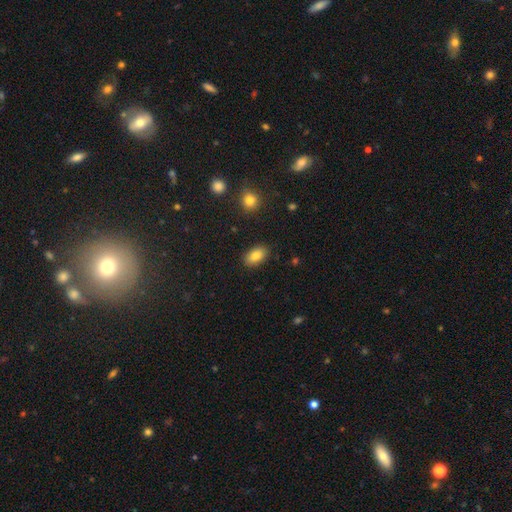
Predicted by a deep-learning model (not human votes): This appears to be a smooth galaxy with no disk features (84%) that is in between round and cigar-shaped (92%). Merging: none (88%).